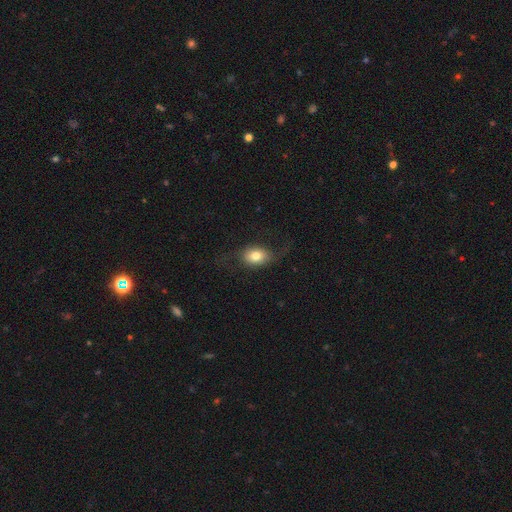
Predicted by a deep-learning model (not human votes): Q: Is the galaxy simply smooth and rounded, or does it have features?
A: smooth — 69%.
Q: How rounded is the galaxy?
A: in between — 73%.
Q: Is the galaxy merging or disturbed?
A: none — 58%.